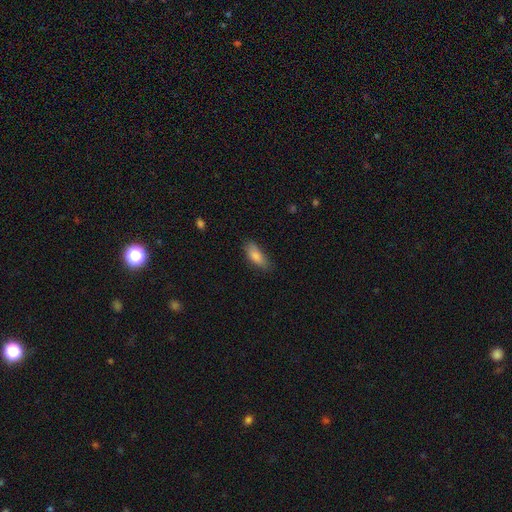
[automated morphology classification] smooth 83%, featured or disk 10%, star or artifact 7%. Down the decision tree: how rounded — in between (73%); merging — none (73%).